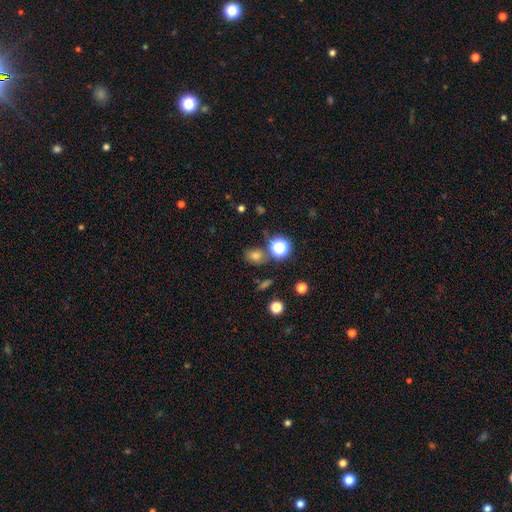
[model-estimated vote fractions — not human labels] Smooth or featured?
  - smooth: 63% *
  - star or artifact: 28%
  - featured or disk: 9%
How rounded?
  - round: 65% *
  - in between: 34%
  - cigar-shaped: 1%
Merging?
  - none: 75% *
  - minor disturbance: 11%
  - merger: 10%
  - major disturbance: 4%